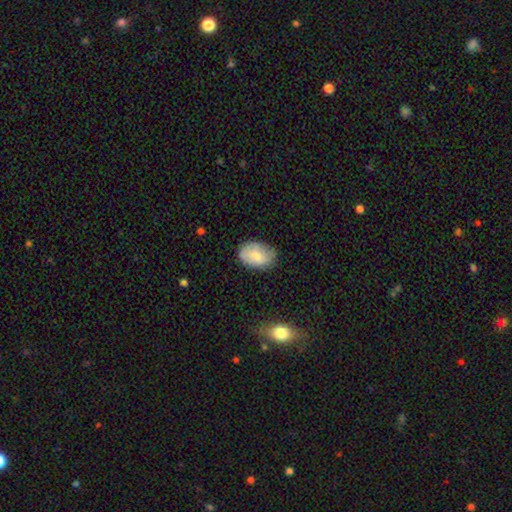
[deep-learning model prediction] The model was most divided on "merging": none: 73%, minor disturbance: 21%, major disturbance: 4%, merger: 1%. More confident: how rounded — in between (86%); smooth or featured — smooth (77%).